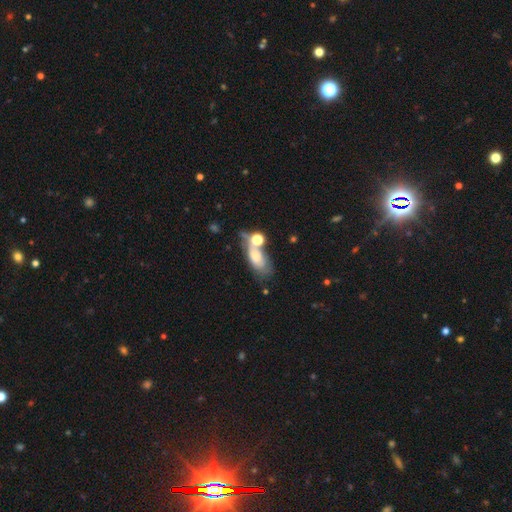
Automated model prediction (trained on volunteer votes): smooth 62%, featured or disk 27%, star or artifact 11%. Down the decision tree: how rounded — in between (77%); merging — merger (32%).